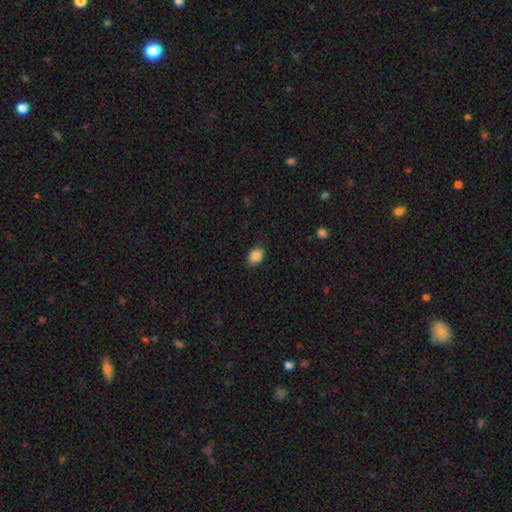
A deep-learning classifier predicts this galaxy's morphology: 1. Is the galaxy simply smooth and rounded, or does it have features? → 88% smooth, 9% star or artifact, 4% featured or disk.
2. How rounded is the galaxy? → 76% in between, 23% round, 1% cigar-shaped.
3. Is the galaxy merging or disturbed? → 84% none, 12% minor disturbance, 3% major disturbance, 1% merger.